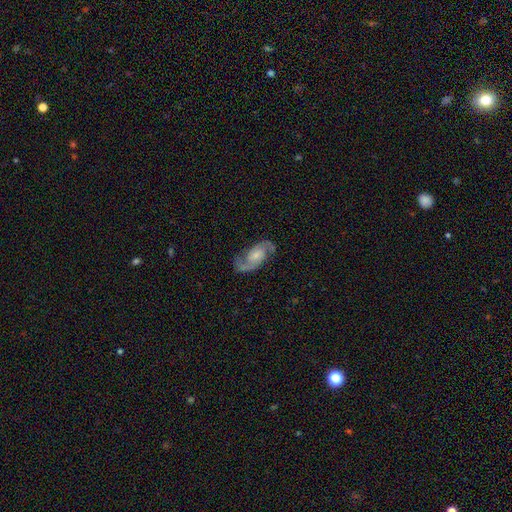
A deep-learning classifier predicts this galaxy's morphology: Overall: featured or disk (87%). Edge-on disk: no (97%). Bar: no (59%; weak 33%). Spiral arms: yes (97%). Spiral arm count: 2 (93%). Spiral winding: medium (51%; loose 34%). Bulge size: small (42%; moderate 36%). Merging: none (80%).